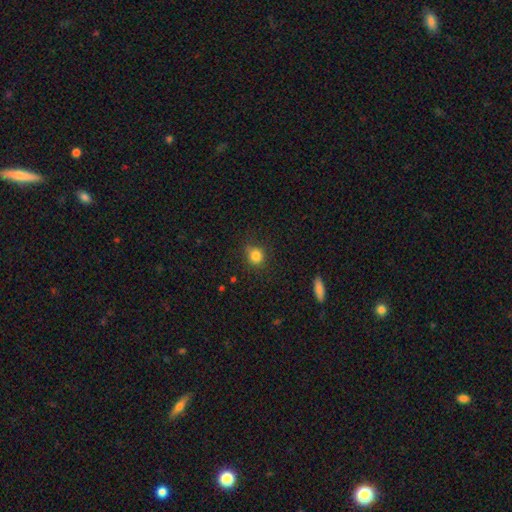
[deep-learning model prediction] The model was most divided on "merging": none: 80%, minor disturbance: 15%, major disturbance: 4%, merger: 2%. More confident: smooth or featured — smooth (84%); how rounded — round (83%).